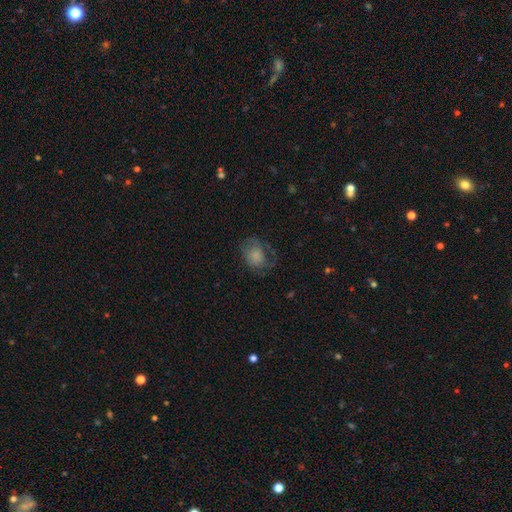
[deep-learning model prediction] Morphology: type=smooth (59%); roundness=round (52%); merging=none (50%).